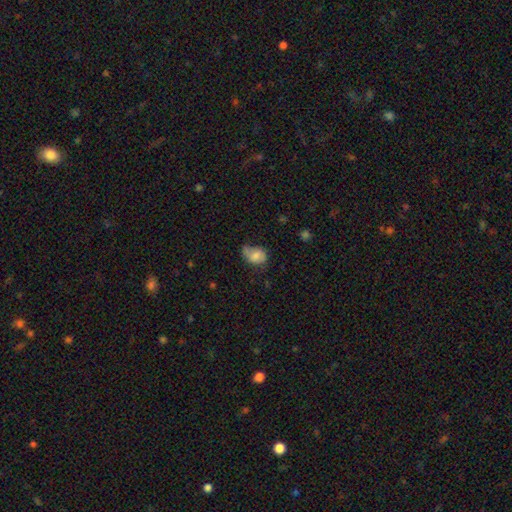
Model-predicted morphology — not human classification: Smooth or featured?
  - smooth: 71% *
  - featured or disk: 20%
  - star or artifact: 9%
How rounded?
  - in between: 73% *
  - round: 26%
  - cigar-shaped: 1%
Merging?
  - none: 43% *
  - minor disturbance: 39%
  - major disturbance: 14%
  - merger: 4%